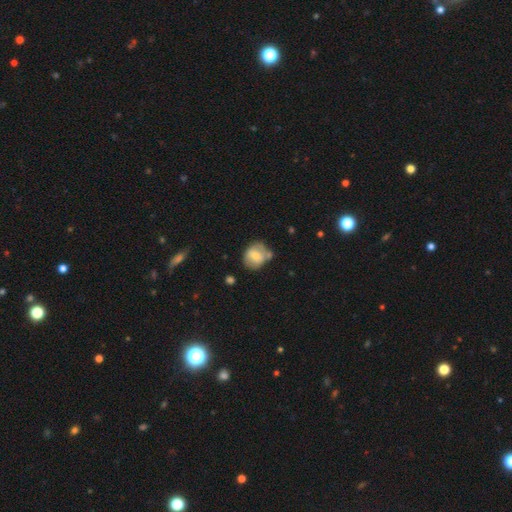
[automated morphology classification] A smooth galaxy with no disk features (60%) that is round (67%). Merging: none (54%).